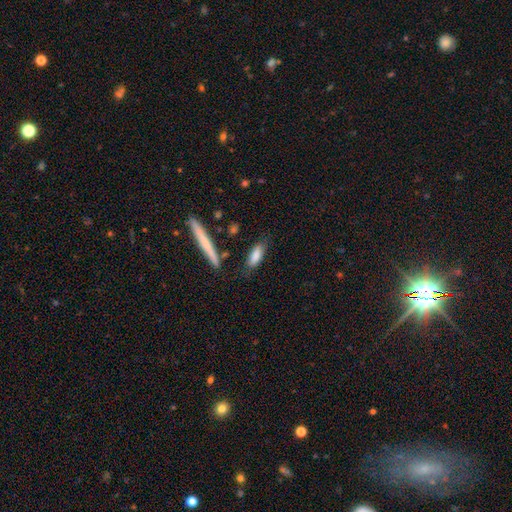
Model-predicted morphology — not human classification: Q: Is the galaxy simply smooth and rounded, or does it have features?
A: smooth — 82%.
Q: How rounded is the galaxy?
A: in between — 57%.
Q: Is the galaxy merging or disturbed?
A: none — 75%.